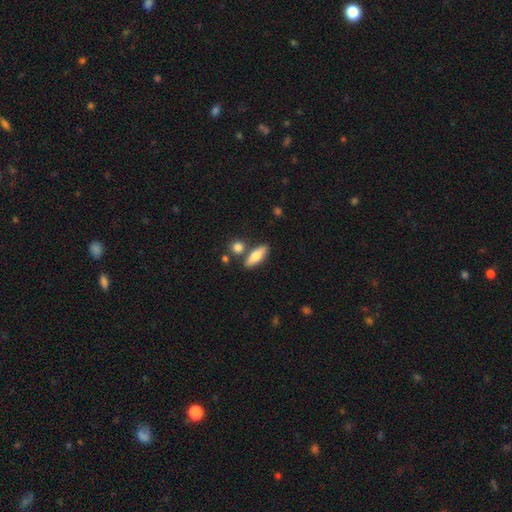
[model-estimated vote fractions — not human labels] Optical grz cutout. It shows a smooth galaxy with no disk features (71%) that is in between round and cigar-shaped (59%). Merging: none (75%).